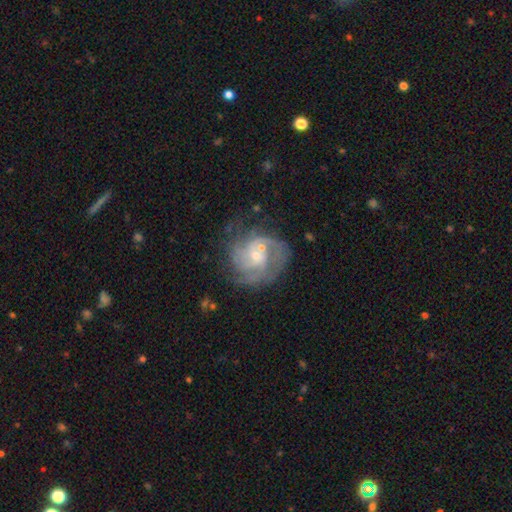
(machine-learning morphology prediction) The model was most divided on "spiral arm count": 3: 28%, 2: 27%, can't tell: 25%, 4: 9%, 1: 6%, more than 4: 5%. Remaining: edge-on disk — no (98%); spiral arms — yes (94%); smooth or featured — featured or disk (84%); bar — no (63%); bulge size — small (59%); merging — none (59%); spiral winding — tight (49%).